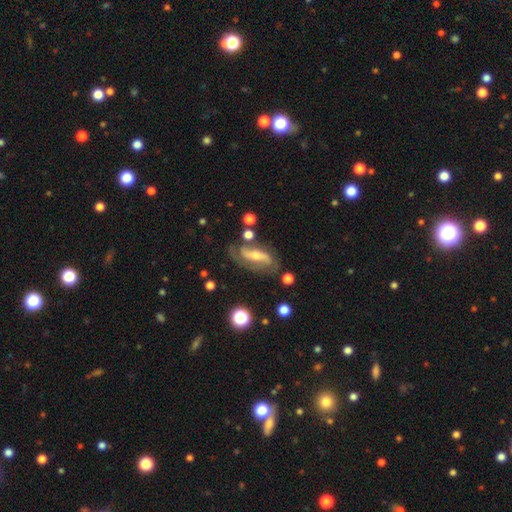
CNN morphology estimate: smooth_or_featured: featured or disk (p=0.79) [alt: smooth p=0.14]
disk_edge_on: no (p=0.89) [alt: yes p=0.11]
bar: weak (p=0.36) [alt: strong p=0.35]
has_spiral_arms: yes (p=0.92) [alt: no p=0.08]
spiral_winding: medium (p=0.44) [alt: tight p=0.28]
spiral_arm_count: 2 (p=0.79) [alt: can't tell p=0.10]
bulge_size: small (p=0.48) [alt: moderate p=0.44]
merging: none (p=0.67) [alt: minor disturbance p=0.19]